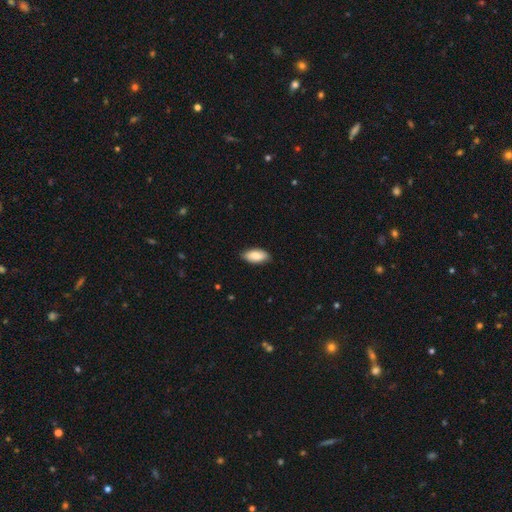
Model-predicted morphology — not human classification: smooth 86%, featured or disk 8%, star or artifact 6%. Down the decision tree: how rounded — in between (92%); merging — none (86%).